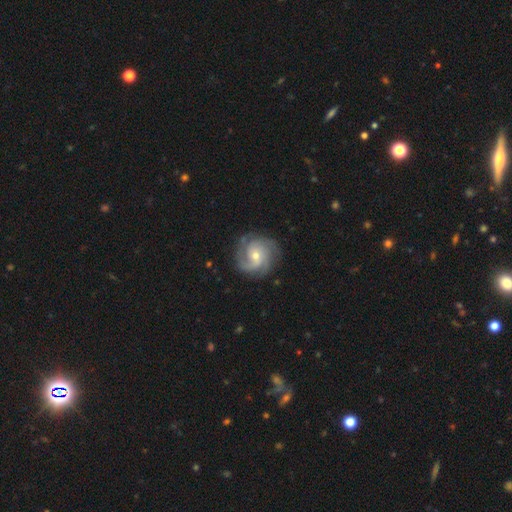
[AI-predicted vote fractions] smooth-or-featured: featured or disk: 85% | smooth: 10% | star or artifact: 5%
  disk-edge-on: no: 98% | yes: 2%
    bar: no: 67% | weak: 28% | strong: 5%
    has-spiral-arms: yes: 97% | no: 3%
      spiral-winding: tight: 50% | medium: 40% | loose: 10%
      spiral-arm-count: 3: 41% | 2: 23% | can't tell: 16% | 4: 9% | 1: 6% | more than 4: 6%
    bulge-size: small: 51% | moderate: 45% | large: 2% | none: 1% | dominant: 1%
  merging: none: 79% | minor disturbance: 15% | major disturbance: 6% | merger: 1%